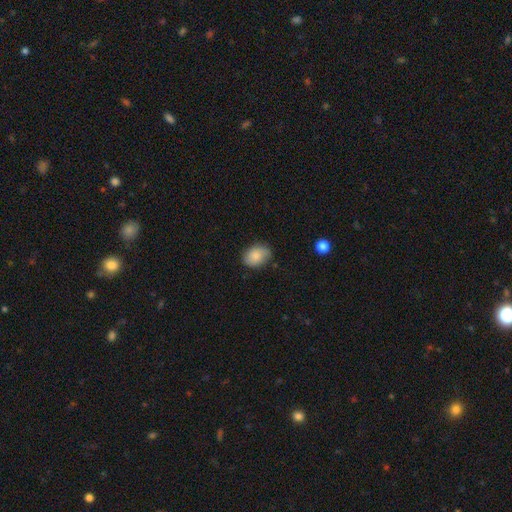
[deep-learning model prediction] Morphology: type=smooth (86%); roundness=in between (76%); merging=none (79%).